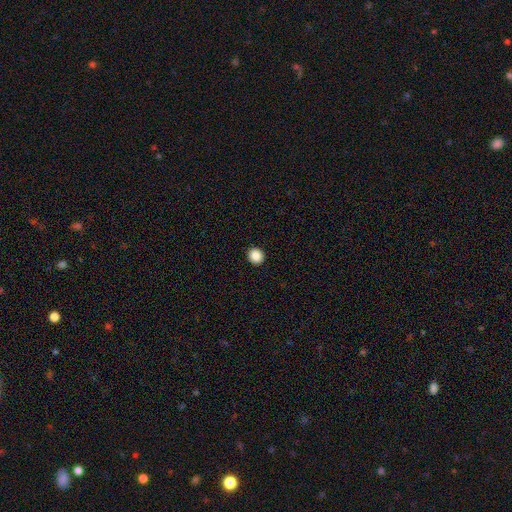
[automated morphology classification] A smooth galaxy with no disk features (88%) that is round (89%).

Vote fractions:
- Smooth or featured? smooth: 88% / star or artifact: 9% / featured or disk: 3%
- How rounded? round: 89% / in between: 10% / cigar-shaped: 1%
- Merging? none: 93% / minor disturbance: 4% / major disturbance: 1% / merger: 1%